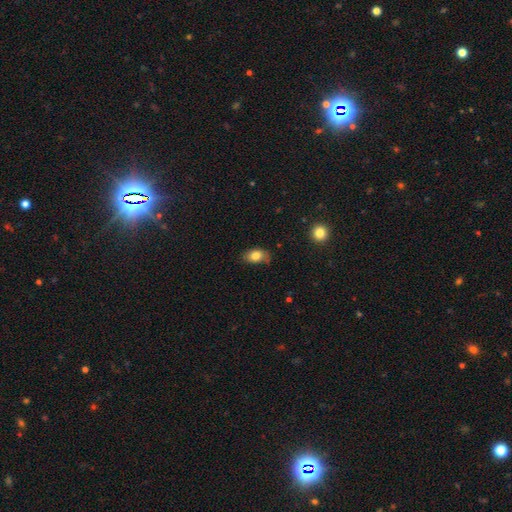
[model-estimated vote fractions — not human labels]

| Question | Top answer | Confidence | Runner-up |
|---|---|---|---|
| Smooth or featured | smooth | 81% | featured or disk (10%) |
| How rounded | in between | 83% | round (16%) |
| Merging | none | 68% | minor disturbance (25%) |